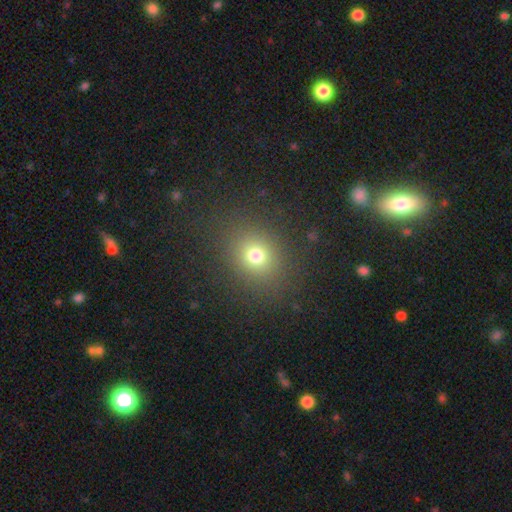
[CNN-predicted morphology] Q: Smooth or featured?
A: smooth (73%); runner-up: star or artifact (18%)
Q: How rounded?
A: round (68%); runner-up: in between (31%)
Q: Merging?
A: none (84%); runner-up: minor disturbance (9%)